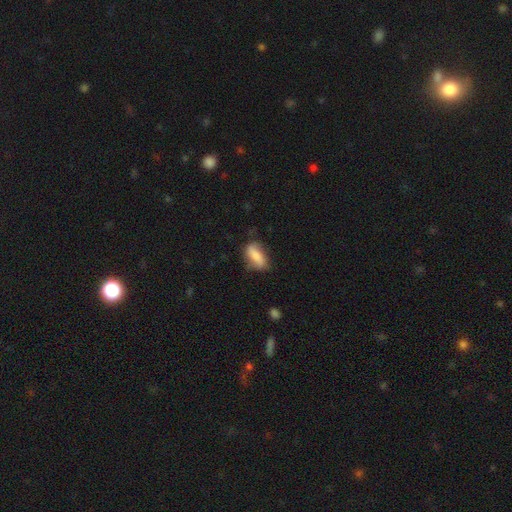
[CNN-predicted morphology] A smooth galaxy with no disk features (74%) that is in between round and cigar-shaped (80%).

Vote fractions:
- Smooth or featured? smooth: 74% / featured or disk: 19% / star or artifact: 7%
- How rounded? in between: 80% / cigar-shaped: 16% / round: 4%
- Merging? none: 63% / minor disturbance: 27% / major disturbance: 8% / merger: 2%